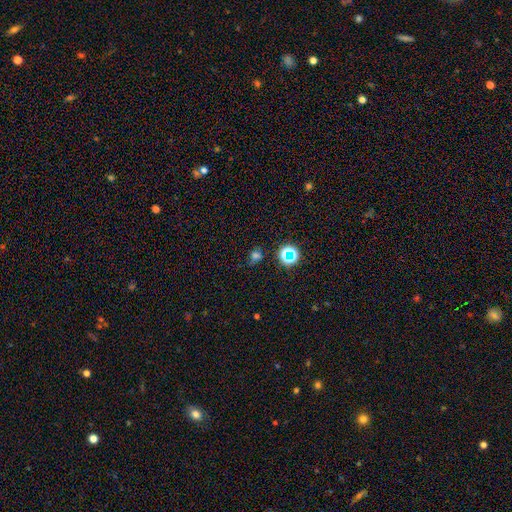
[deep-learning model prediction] This is possibly a smooth galaxy (56%). How rounded: likely round (63%). Merging: likely none (60%).